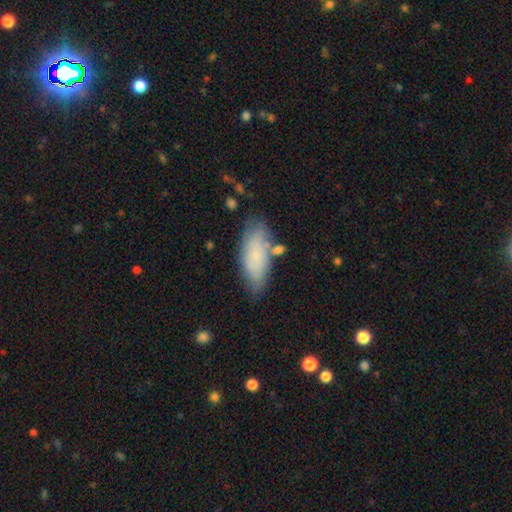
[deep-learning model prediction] Morphology: type=smooth (73%); roundness=in between (76%); merging=none (71%).